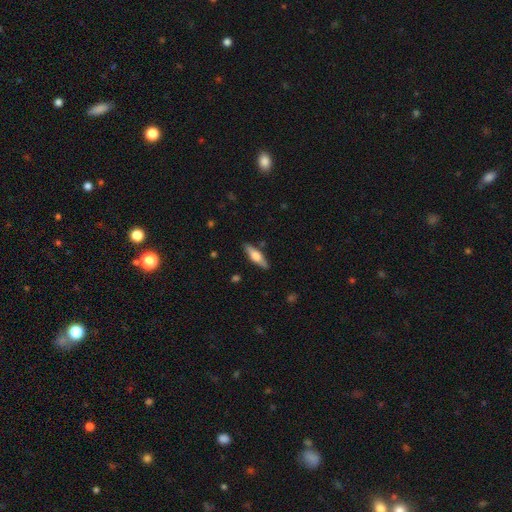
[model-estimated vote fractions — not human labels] Overall: smooth (51%; featured or disk 44%). How rounded: cigar-shaped (56%; in between 42%). Merging: none (86%).